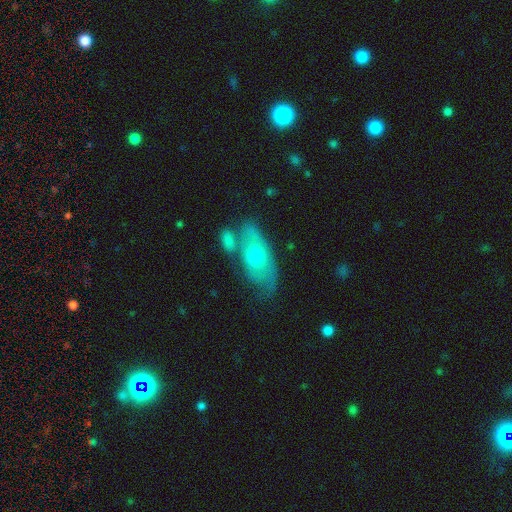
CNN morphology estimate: Overall: smooth (52%; featured or disk 42%). How rounded: in between (84%). Merging: none (41%; minor disturbance 25%).